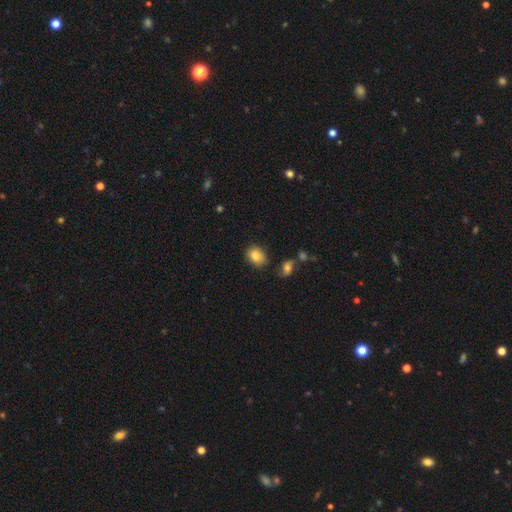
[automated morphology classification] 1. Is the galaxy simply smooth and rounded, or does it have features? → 83% smooth, 9% featured or disk, 9% star or artifact.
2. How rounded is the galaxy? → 60% in between, 39% round, 1% cigar-shaped.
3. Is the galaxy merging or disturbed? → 79% none, 14% minor disturbance, 4% merger, 3% major disturbance.